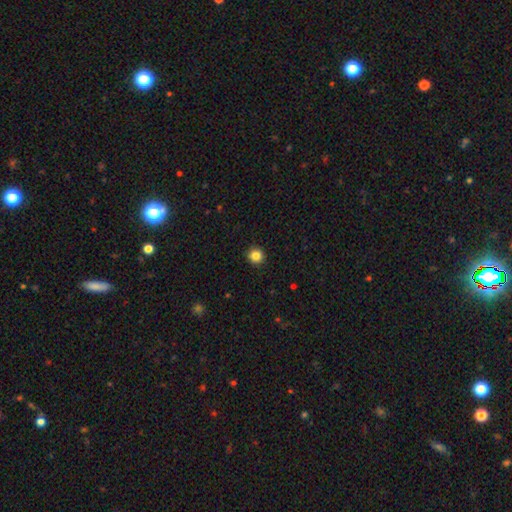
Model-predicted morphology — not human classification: Smooth or featured?
  - smooth: 85% *
  - star or artifact: 11%
  - featured or disk: 4%
How rounded?
  - round: 94% *
  - in between: 5%
  - cigar-shaped: 1%
Merging?
  - none: 93% *
  - minor disturbance: 5%
  - major disturbance: 2%
  - merger: 1%